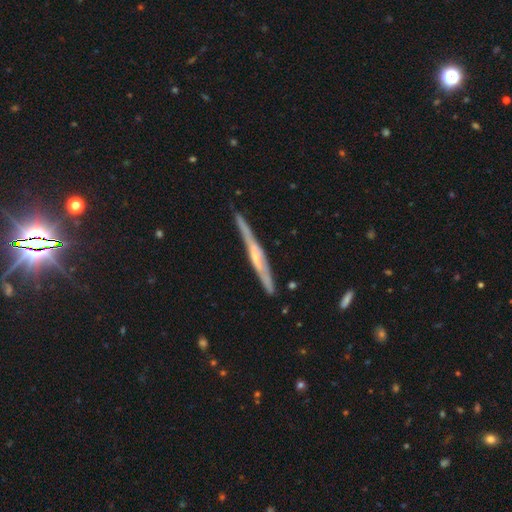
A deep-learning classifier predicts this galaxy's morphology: Smooth or featured? Predicted: featured or disk (p=0.72). Edge-on disk? Predicted: yes (p=0.94). Edge-on bulge? Predicted: rounded (p=0.43, tied with none). Merging? Predicted: none (p=0.81).